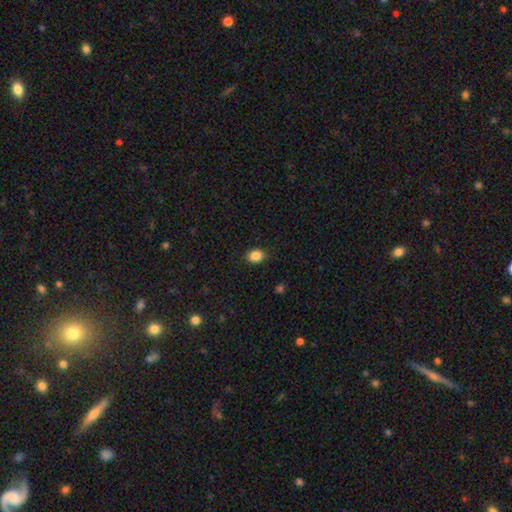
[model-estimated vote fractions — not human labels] A smooth galaxy with no disk features (87%) that is in between round and cigar-shaped (57%).

Vote fractions:
- Smooth or featured? smooth: 87% / star or artifact: 9% / featured or disk: 4%
- How rounded? in between: 57% / round: 42% / cigar-shaped: 1%
- Merging? none: 86% / minor disturbance: 10% / major disturbance: 2% / merger: 1%